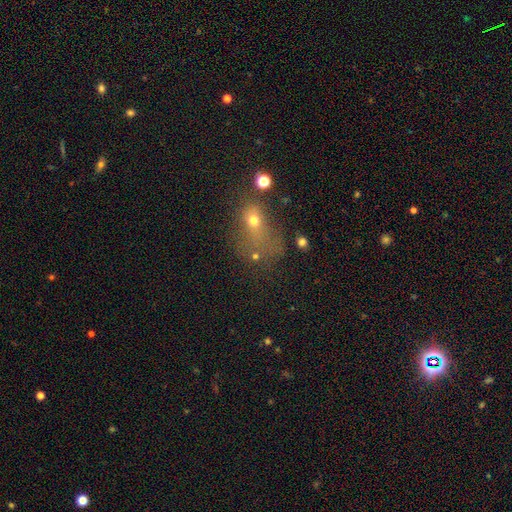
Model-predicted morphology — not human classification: smooth_or_featured: smooth (p=0.51) [alt: star or artifact p=0.27]
how_rounded: in between (p=0.58) [alt: round p=0.38]
merging: major disturbance (p=0.39) [alt: none p=0.28]